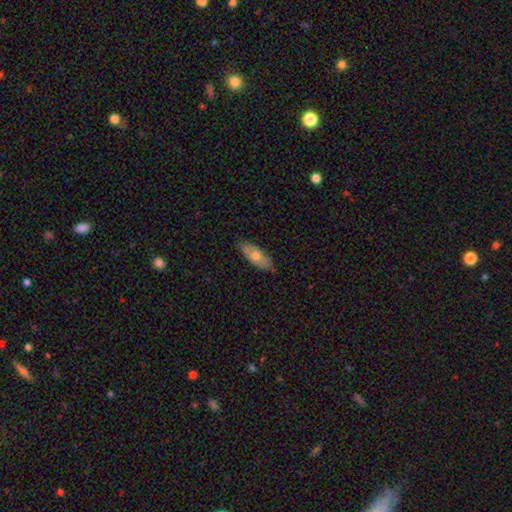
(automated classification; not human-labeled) A smooth galaxy with no disk features (65%) that is in between round and cigar-shaped (77%). Merging: none (85%).